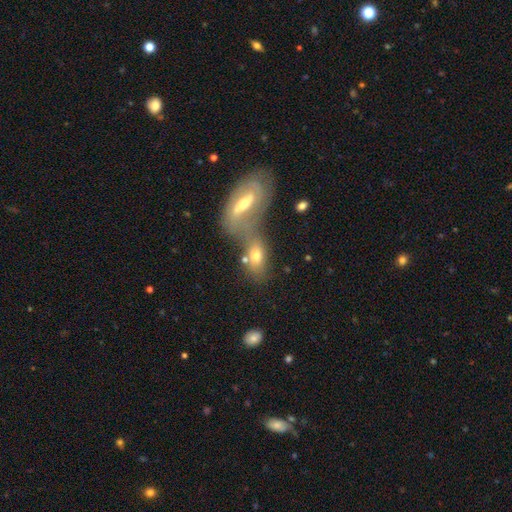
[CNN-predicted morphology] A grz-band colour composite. It shows a smooth galaxy with no disk features (56%) that is in between round and cigar-shaped (79%). Merging: merger (62%).